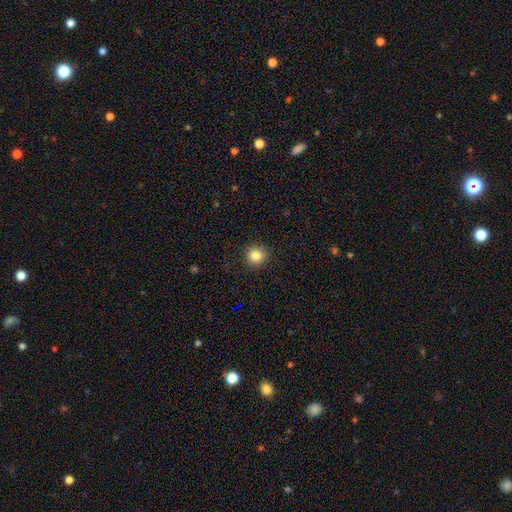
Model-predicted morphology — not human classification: A smooth galaxy with no disk features (84%) that is round (93%). Merging: none (91%).